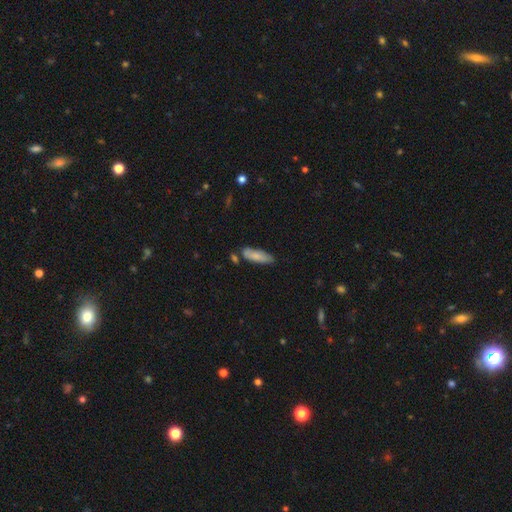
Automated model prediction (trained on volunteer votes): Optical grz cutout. It shows a smooth galaxy with no disk features (78%) that is in between round and cigar-shaped (53%). Merging: none (67%).